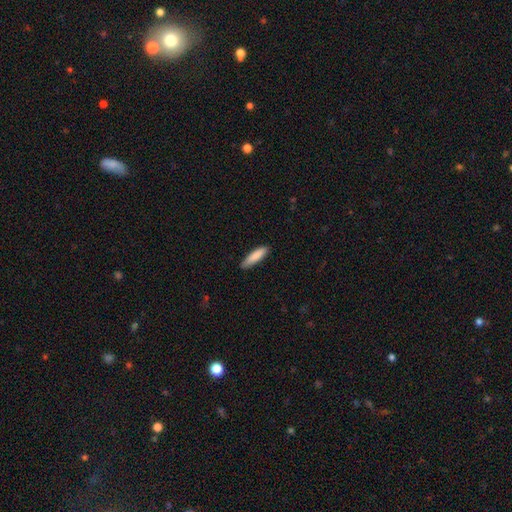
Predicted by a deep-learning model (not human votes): A smooth galaxy with no disk features (86%) that is cigar-shaped (74%). Merging: none (84%).